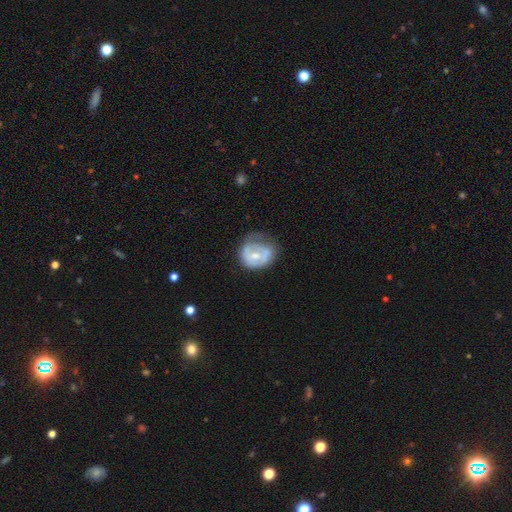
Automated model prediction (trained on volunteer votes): smooth-or-featured: featured or disk: 52% | smooth: 41% | star or artifact: 7%
  disk-edge-on: no: 97% | yes: 3%
    bar: no: 62% | weak: 31% | strong: 6%
    has-spiral-arms: yes: 50% (tied) | no: 50% (tied)
    bulge-size: moderate: 47% | small: 45% | none: 5% | large: 3% | dominant: 1%
  merging: none: 36% | minor disturbance: 34% | major disturbance: 26% | merger: 3%